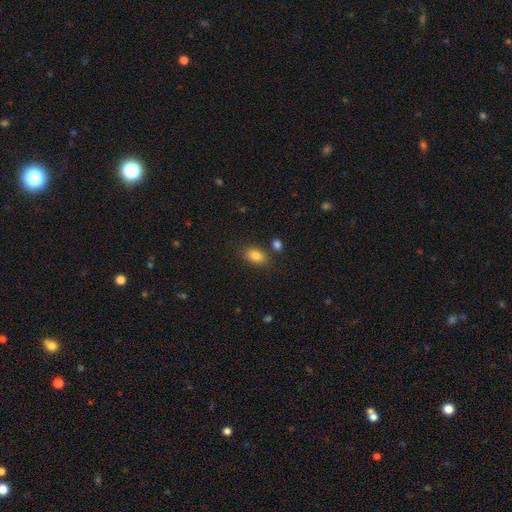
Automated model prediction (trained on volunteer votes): Smooth or featured: smooth — 85% (star or artifact — 9%)
How rounded: in between — 85% (round — 13%)
Merging: none — 79% (minor disturbance — 11%)